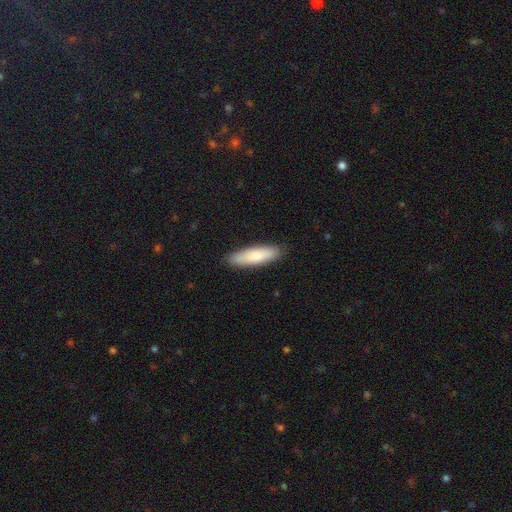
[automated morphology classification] The model was most divided on "how rounded": cigar-shaped: 67%, in between: 31%, round: 1%. More confident: merging — none (88%); smooth or featured — smooth (82%).